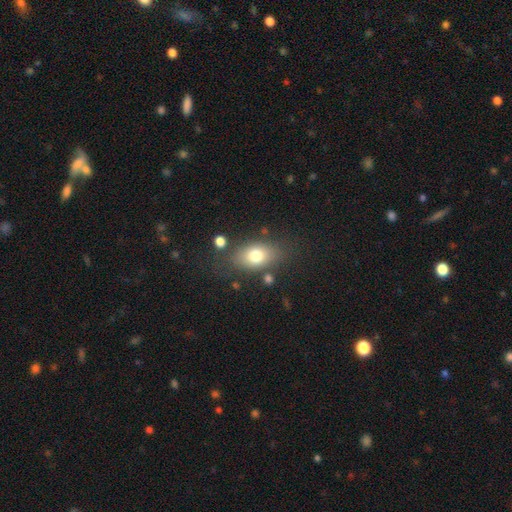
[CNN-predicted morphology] Smooth or featured? Predicted: smooth (p=0.75). How rounded? Predicted: in between (p=0.79). Merging? Predicted: none (p=0.74).